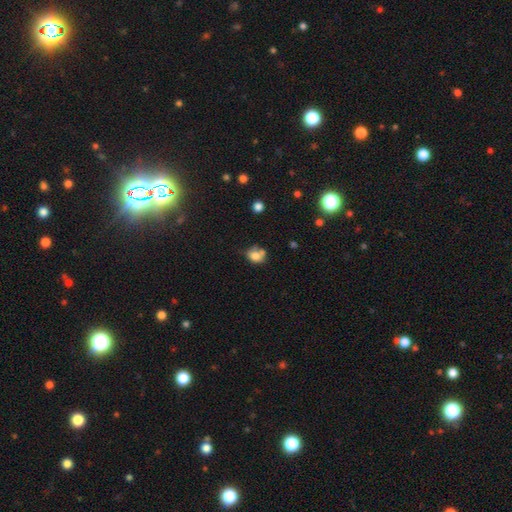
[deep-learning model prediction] Morphology: type=smooth (76%); roundness=round (64%); merging=none (42%).